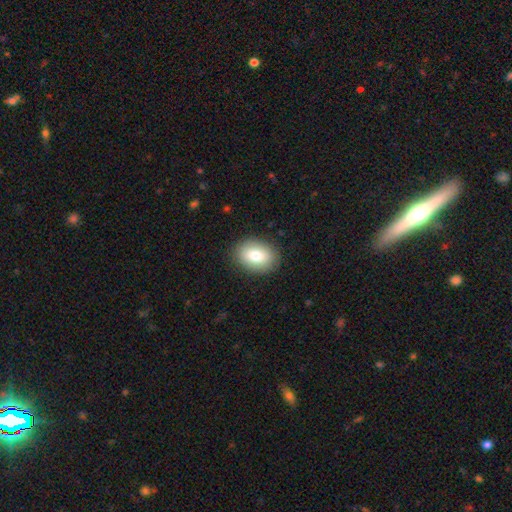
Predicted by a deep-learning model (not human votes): smooth_or_featured: smooth (p=0.79) [alt: featured or disk p=0.13]
how_rounded: in between (p=0.75) [alt: round p=0.24]
merging: none (p=0.88) [alt: minor disturbance p=0.08]